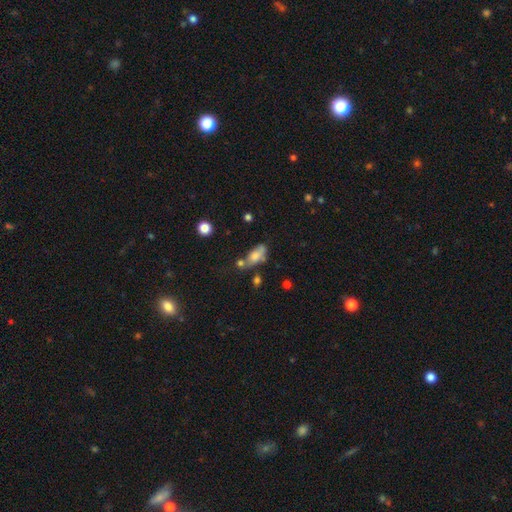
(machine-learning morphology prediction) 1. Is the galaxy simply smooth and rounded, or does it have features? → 69% smooth, 21% featured or disk, 10% star or artifact.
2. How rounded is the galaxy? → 80% in between, 14% cigar-shaped, 6% round.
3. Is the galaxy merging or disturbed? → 41% none, 24% minor disturbance, 23% merger, 12% major disturbance.